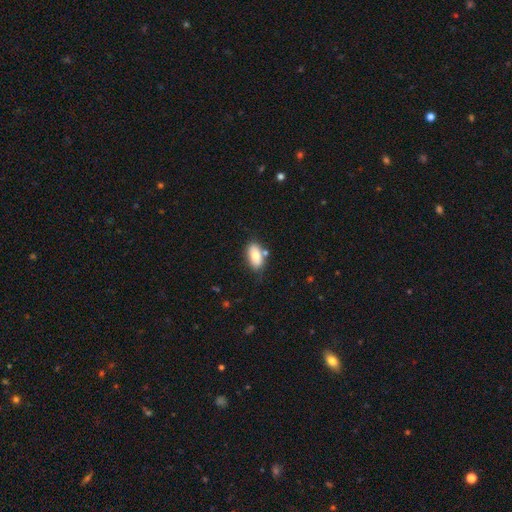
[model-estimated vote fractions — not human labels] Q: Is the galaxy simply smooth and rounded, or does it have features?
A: smooth — 80%.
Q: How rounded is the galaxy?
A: in between — 91%.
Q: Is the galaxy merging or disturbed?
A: none — 69%.